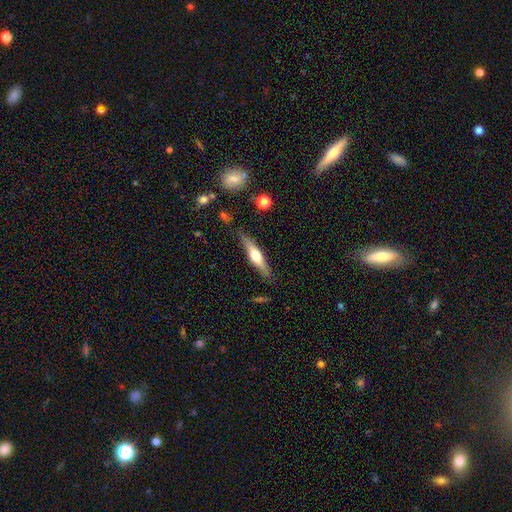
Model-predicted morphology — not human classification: This appears to be a featured or disk galaxy (57%) viewed edge-on (94%) with a rounded central bulge (92%). Merging: none (85%).